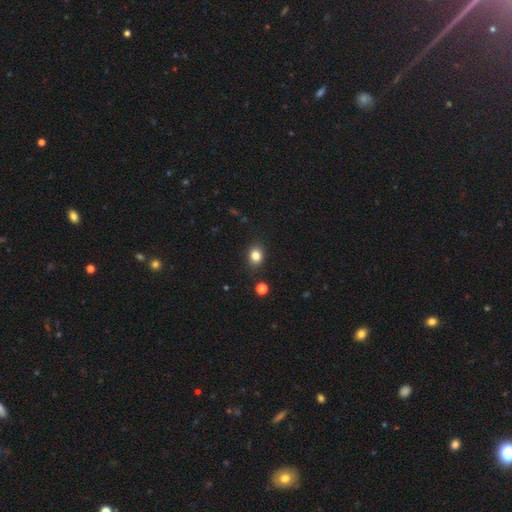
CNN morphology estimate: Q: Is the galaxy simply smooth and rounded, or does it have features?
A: smooth — 83%.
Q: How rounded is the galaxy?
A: round — 58%.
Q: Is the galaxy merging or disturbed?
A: none — 87%.